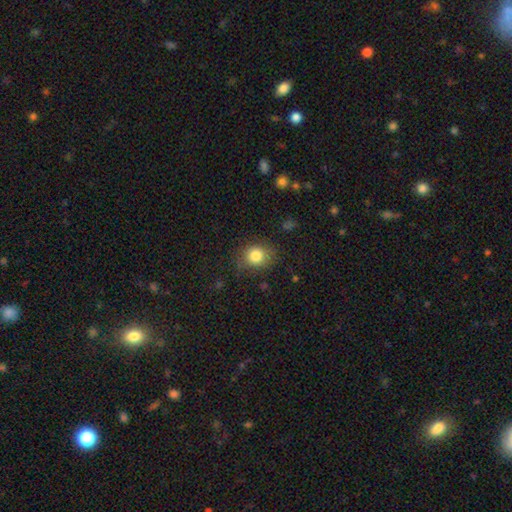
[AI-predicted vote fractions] smooth-or-featured: smooth: 83% | star or artifact: 10% | featured or disk: 7%
  how-rounded: round: 71% | in between: 28% | cigar-shaped: 1%
  merging: none: 79% | minor disturbance: 15% | major disturbance: 5% | merger: 1%